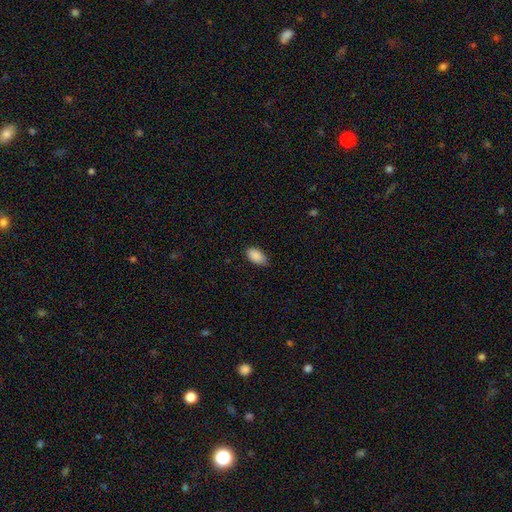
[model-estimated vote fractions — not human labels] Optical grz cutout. It shows a smooth galaxy with no disk features (90%) that is in between round and cigar-shaped (94%). Merging: none (76%).